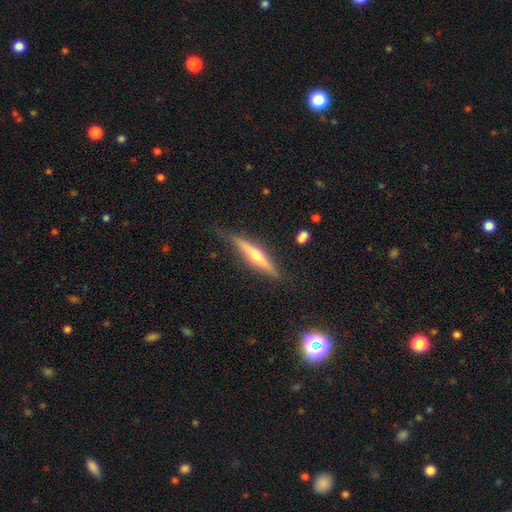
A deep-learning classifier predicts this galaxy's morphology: Smooth or featured: featured or disk — 67% (smooth — 27%)
Edge-on disk: yes — 96% (no — 4%)
Edge-on bulge: rounded — 86% (none — 9%)
Merging: none — 82% (minor disturbance — 14%)